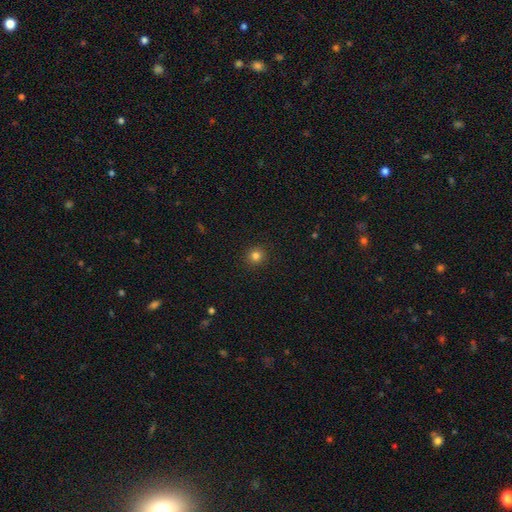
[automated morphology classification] Q: Smooth or featured?
A: smooth (82%); runner-up: star or artifact (13%)
Q: How rounded?
A: round (92%); runner-up: in between (7%)
Q: Merging?
A: none (92%); runner-up: minor disturbance (5%)